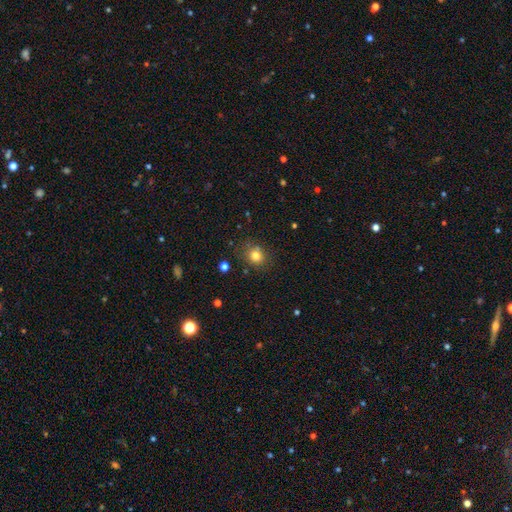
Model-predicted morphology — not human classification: Smooth or featured? Predicted: smooth (p=0.78). How rounded? Predicted: round (p=0.75). Merging? Predicted: none (p=0.77).